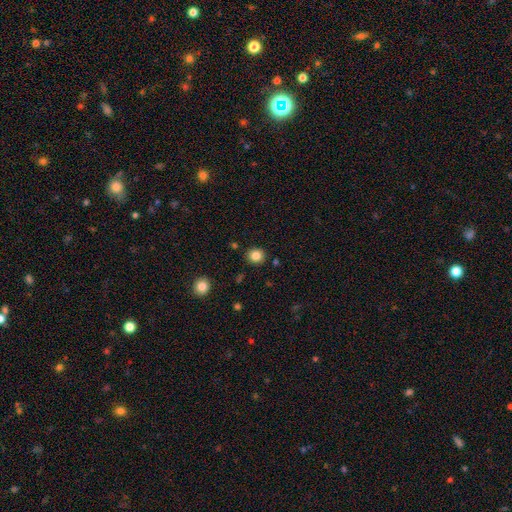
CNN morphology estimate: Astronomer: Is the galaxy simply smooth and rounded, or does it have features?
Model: smooth — 84%.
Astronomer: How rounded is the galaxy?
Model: round — 87%.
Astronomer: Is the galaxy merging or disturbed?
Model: none — 89%.